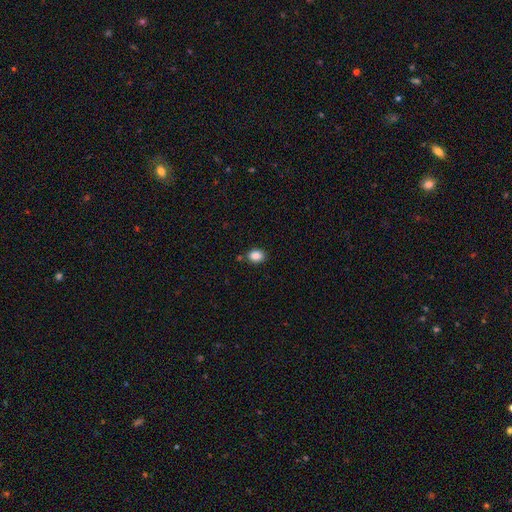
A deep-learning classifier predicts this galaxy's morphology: Overall: smooth (87%). How rounded: in between (57%; round 41%). Merging: none (81%).